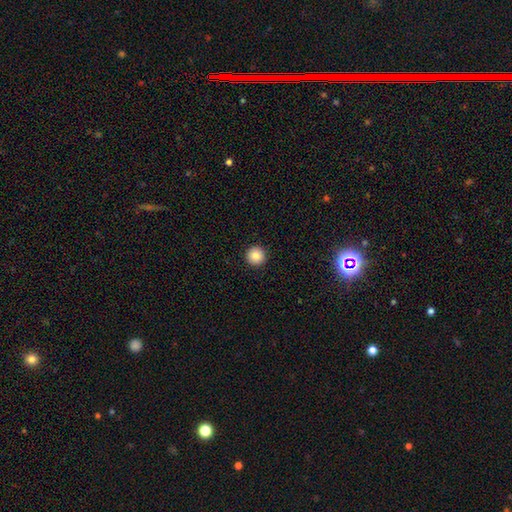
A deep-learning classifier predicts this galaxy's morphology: smooth-or-featured: smooth: 86% | star or artifact: 10% | featured or disk: 5%
  how-rounded: round: 96% | in between: 3% | cigar-shaped: 1%
  merging: none: 93% | minor disturbance: 4% | major disturbance: 2% | merger: 1%